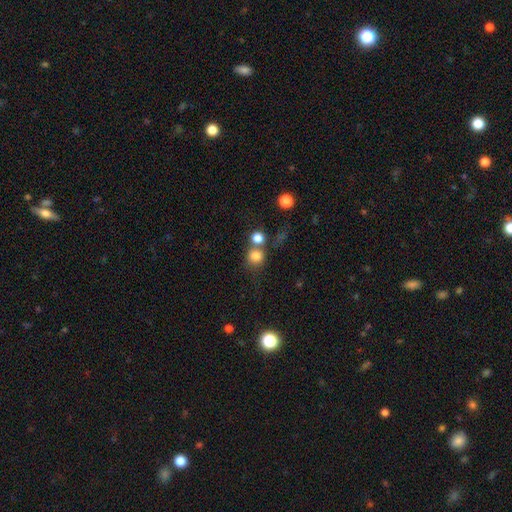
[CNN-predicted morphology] Smooth or featured?
  - smooth: 78% *
  - star or artifact: 14%
  - featured or disk: 8%
How rounded?
  - round: 86% *
  - in between: 13%
  - cigar-shaped: 1%
Merging?
  - none: 54% *
  - merger: 32%
  - minor disturbance: 9%
  - major disturbance: 5%